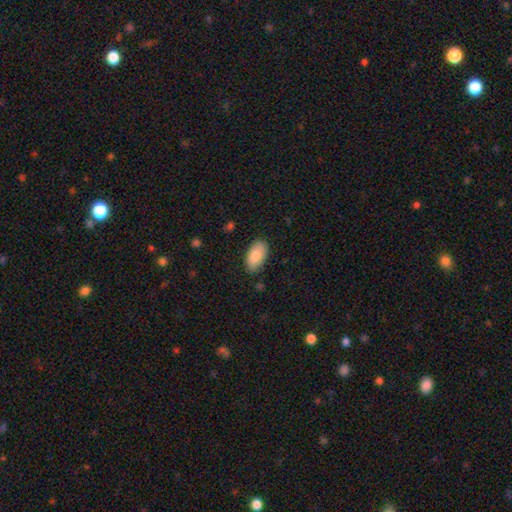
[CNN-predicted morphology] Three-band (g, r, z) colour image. It shows a smooth galaxy with no disk features (83%) that is in between round and cigar-shaped (94%). Merging: none (82%).